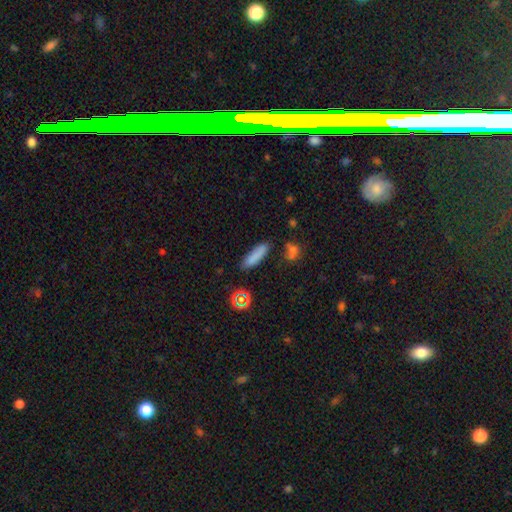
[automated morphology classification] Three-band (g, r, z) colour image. It shows a smooth galaxy with no disk features (81%) that is cigar-shaped (66%). Merging: none (80%).